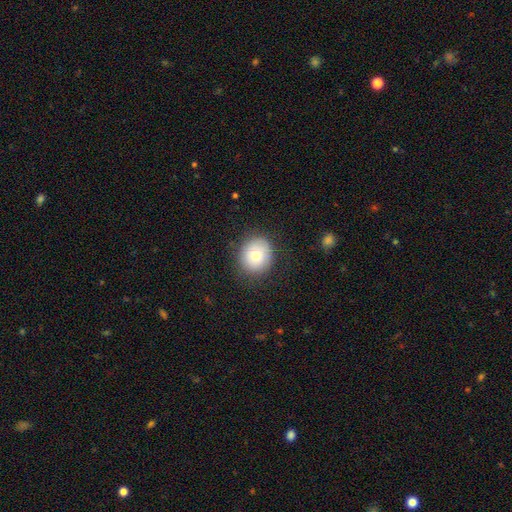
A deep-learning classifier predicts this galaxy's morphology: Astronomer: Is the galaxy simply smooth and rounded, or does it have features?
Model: smooth — 76%.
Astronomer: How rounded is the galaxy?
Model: round — 79%.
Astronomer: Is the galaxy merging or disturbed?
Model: none — 84%.